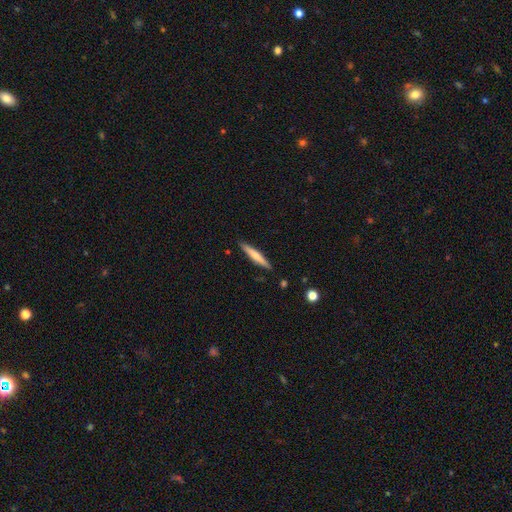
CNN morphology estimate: type=smooth (53%); roundness=cigar-shaped (93%); merging=none (90%).